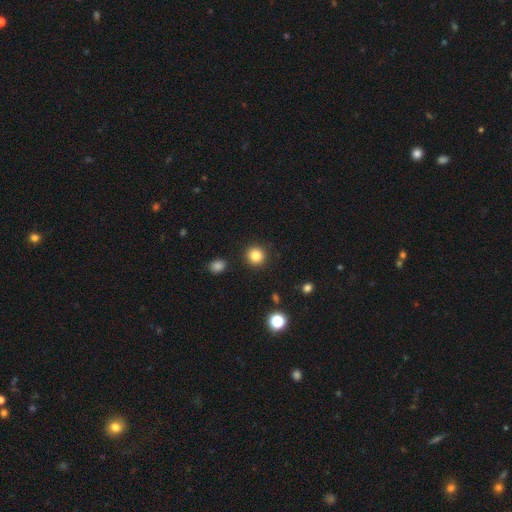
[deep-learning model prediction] Smooth or featured? smooth (84%)
How rounded? round (93%)
Merging? none (91%)